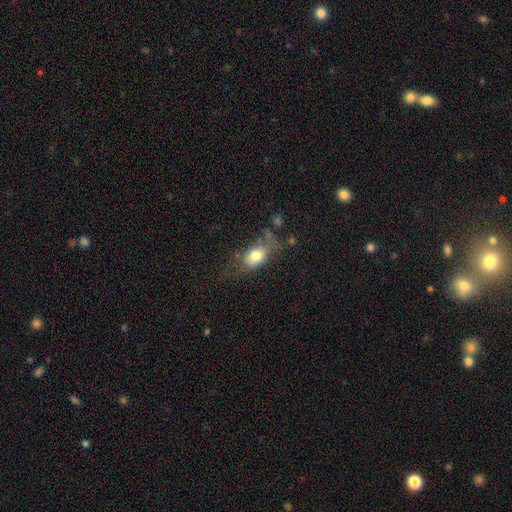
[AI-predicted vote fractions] This is likely a smooth galaxy (75%). How rounded: likely in between (77%). Merging: possibly none (46%).